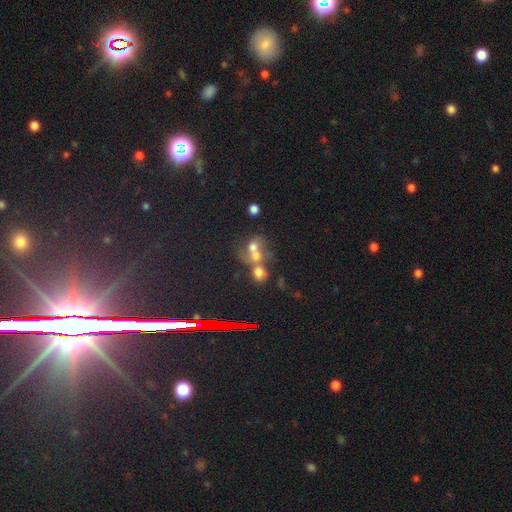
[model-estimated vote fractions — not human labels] Morphology: type=smooth (50%); merging=merger (69%).